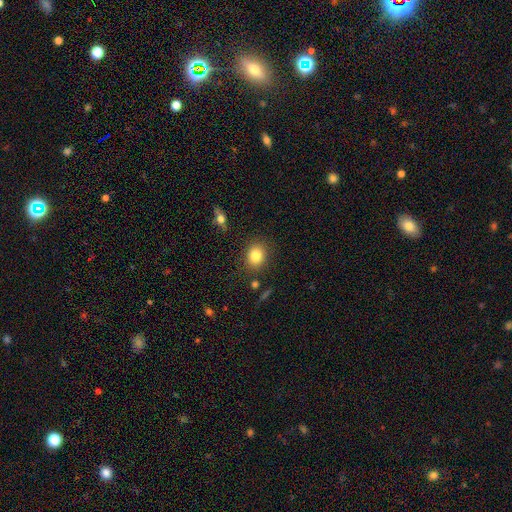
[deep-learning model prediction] The model was most divided on "how rounded": round: 58%, in between: 41%, cigar-shaped: 1%. More confident: merging — none (84%); smooth or featured — smooth (83%).